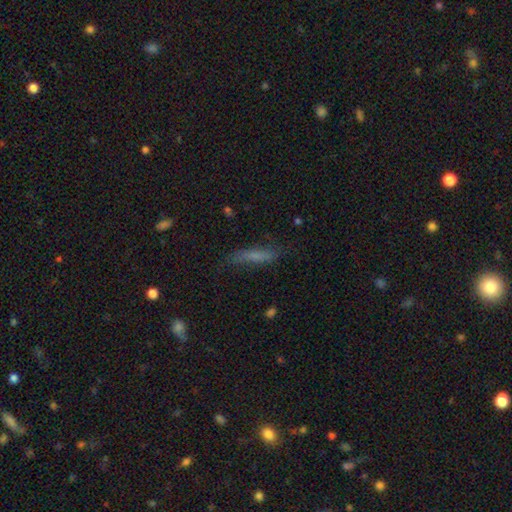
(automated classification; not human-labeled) The model was most divided on "smooth or featured": smooth: 62%, featured or disk: 27%, star or artifact: 11%. More confident: how rounded — cigar-shaped (83%); merging — none (65%).